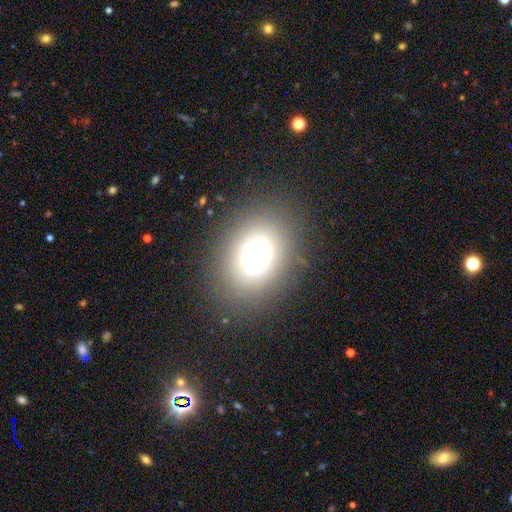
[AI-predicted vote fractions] Smooth or featured? Predicted: smooth (p=0.64). How rounded? Predicted: in between (p=0.62). Merging? Predicted: none (p=0.81).